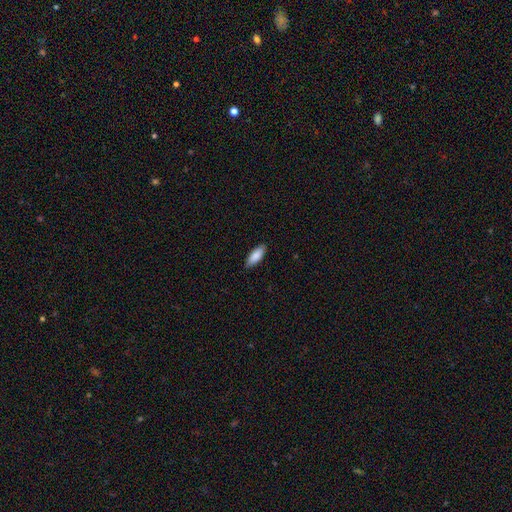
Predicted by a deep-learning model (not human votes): Overall: smooth (86%). How rounded: in between (76%). Merging: none (85%).